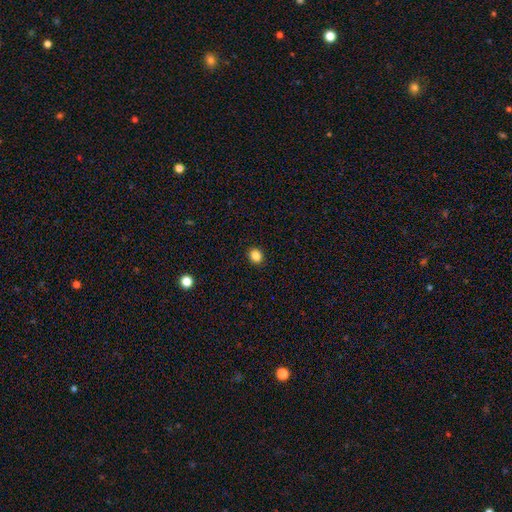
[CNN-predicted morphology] The model was most divided on "how rounded": round: 70%, in between: 29%, cigar-shaped: 1%. More confident: merging — none (91%); smooth or featured — smooth (85%).